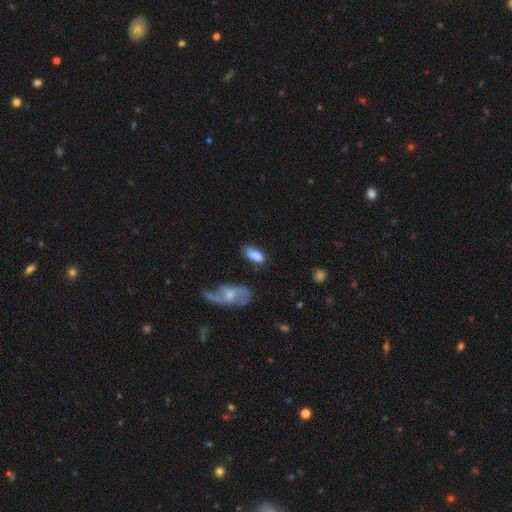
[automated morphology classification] smooth_or_featured: smooth (p=0.76) [alt: featured or disk p=0.16]
how_rounded: in between (p=0.89) [alt: cigar-shaped p=0.07]
merging: none (p=0.53) [alt: minor disturbance p=0.28]